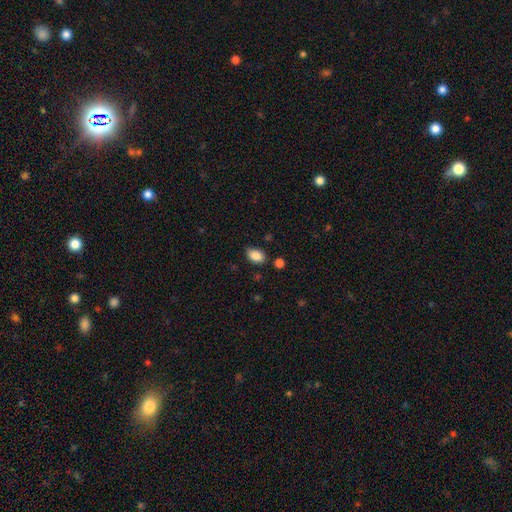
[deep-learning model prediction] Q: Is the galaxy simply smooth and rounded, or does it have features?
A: smooth — 87%.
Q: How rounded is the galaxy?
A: in between — 86%.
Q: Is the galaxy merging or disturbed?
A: none — 83%.